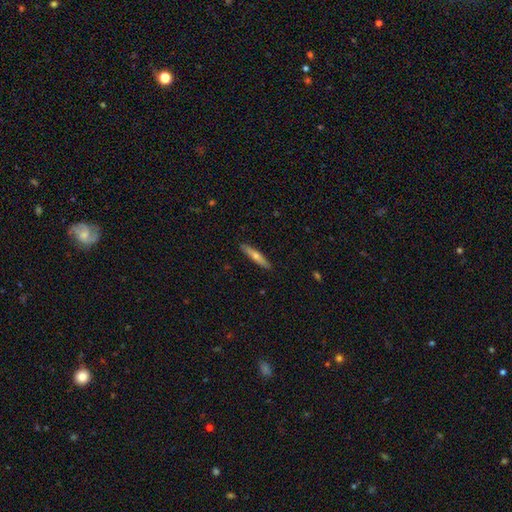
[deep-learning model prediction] Smooth or featured: smooth — 50% (featured or disk — 44%)
Merging: none — 90% (minor disturbance — 7%)